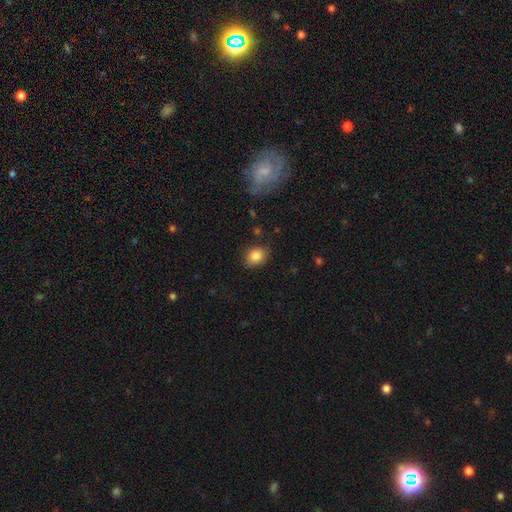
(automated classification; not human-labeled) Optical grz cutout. It shows a smooth galaxy with no disk features (85%) that is in between round and cigar-shaped (59%). Merging: none (82%).